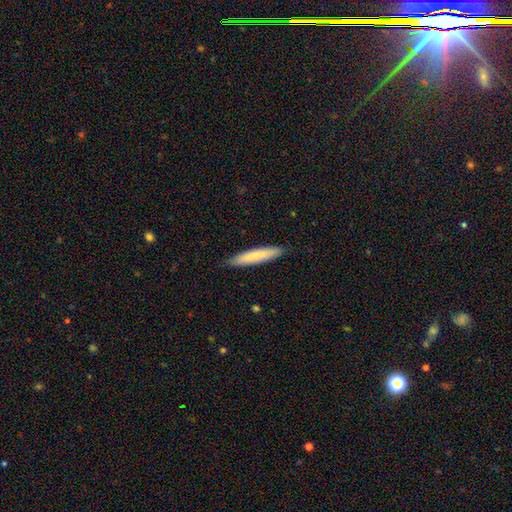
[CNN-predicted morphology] Smooth or featured: smooth — 77% (featured or disk — 17%)
How rounded: cigar-shaped — 90% (in between — 9%)
Merging: none — 88% (minor disturbance — 10%)